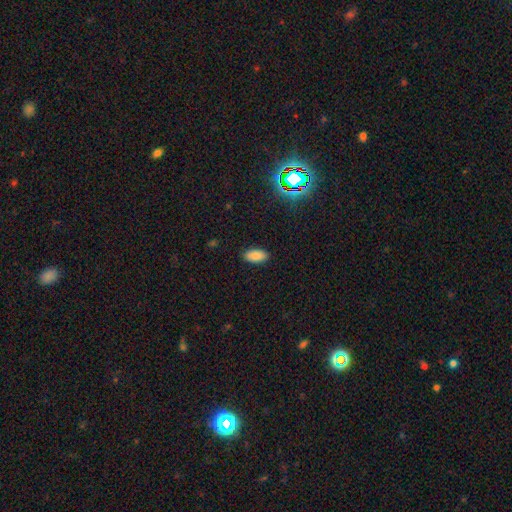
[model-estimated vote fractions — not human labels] smooth_or_featured: smooth (p=0.85) [alt: star or artifact p=0.10]
how_rounded: in between (p=0.93) [alt: cigar-shaped p=0.05]
merging: none (p=0.89) [alt: minor disturbance p=0.08]